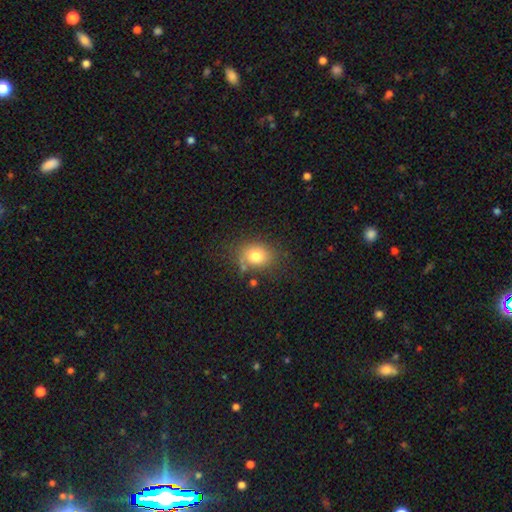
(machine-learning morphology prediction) Smooth or featured?
  - smooth: 77% *
  - star or artifact: 12%
  - featured or disk: 11%
How rounded?
  - round: 51% *
  - in between: 48%
  - cigar-shaped: 1%
Merging?
  - none: 71% *
  - minor disturbance: 17%
  - major disturbance: 6%
  - merger: 6%